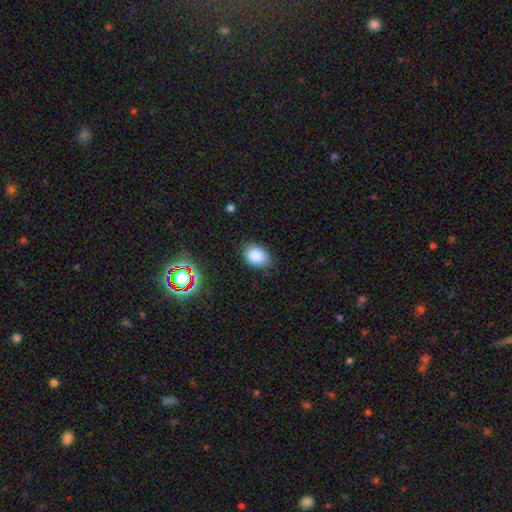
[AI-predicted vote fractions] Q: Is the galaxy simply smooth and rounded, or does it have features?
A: smooth — 85%.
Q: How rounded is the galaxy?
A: in between — 70%.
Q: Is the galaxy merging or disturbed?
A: none — 80%.